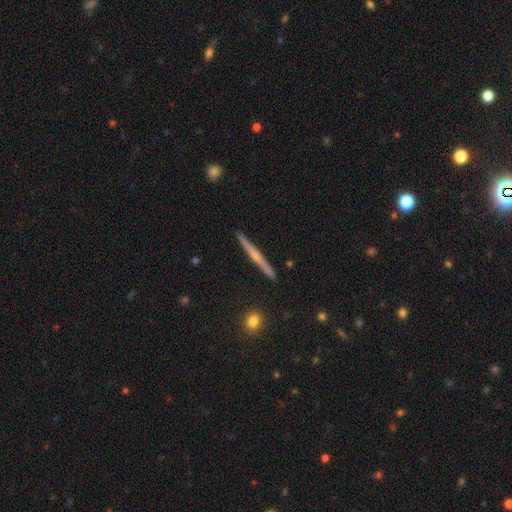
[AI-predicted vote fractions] Smooth or featured? Predicted: featured or disk (p=0.66). Edge-on disk? Predicted: yes (p=0.98). Edge-on bulge? Predicted: rounded (p=0.56). Merging? Predicted: none (p=0.91).